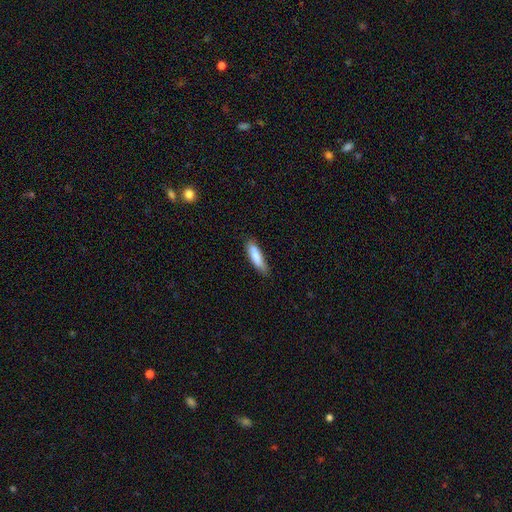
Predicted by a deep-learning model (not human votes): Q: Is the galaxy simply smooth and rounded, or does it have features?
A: smooth — 84%.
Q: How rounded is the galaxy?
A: cigar-shaped — 66%.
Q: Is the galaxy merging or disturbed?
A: none — 76%.